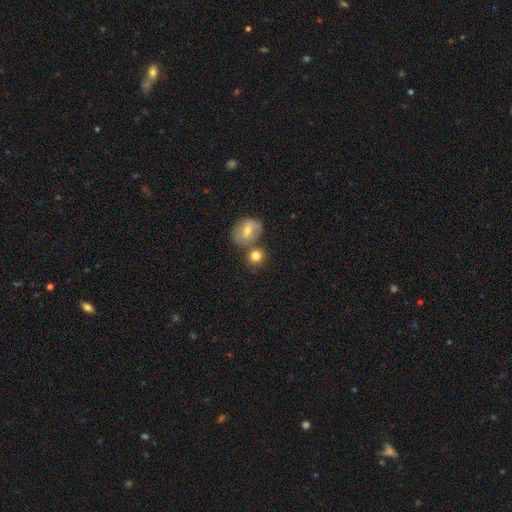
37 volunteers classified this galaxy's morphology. This appears to be a smooth galaxy with no disk features (86%) that is round (78%). Merging: none (66%).